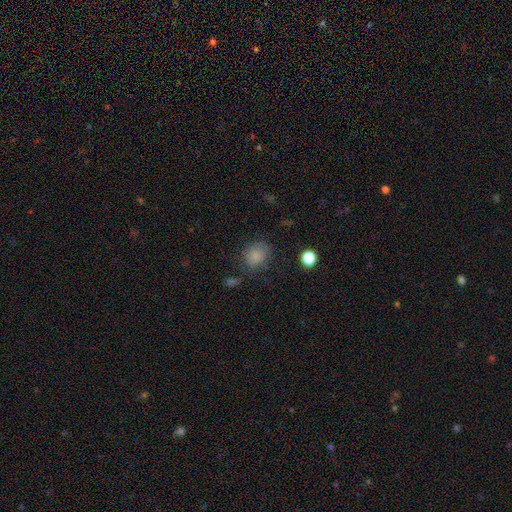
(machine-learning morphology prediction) smooth_or_featured: smooth (p=0.80) [alt: star or artifact p=0.12]
how_rounded: round (p=0.68) [alt: in between p=0.31]
merging: none (p=0.68) [alt: minor disturbance p=0.21]